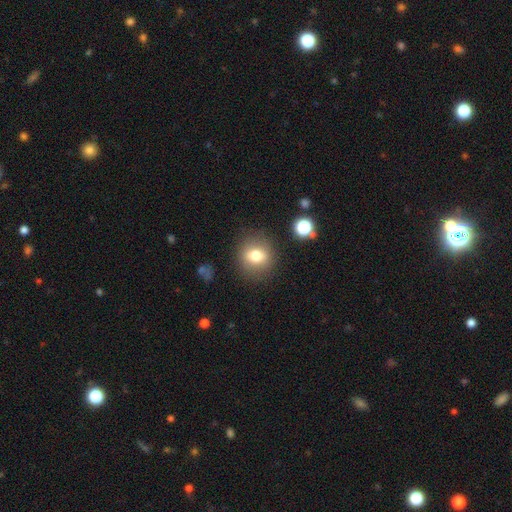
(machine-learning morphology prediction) A smooth galaxy with no disk features (71%) that is round (79%).

Vote fractions:
- Smooth or featured? smooth: 71% / featured or disk: 17% / star or artifact: 11%
- How rounded? round: 79% / in between: 20% / cigar-shaped: 1%
- Merging? none: 85% / minor disturbance: 9% / major disturbance: 4% / merger: 2%